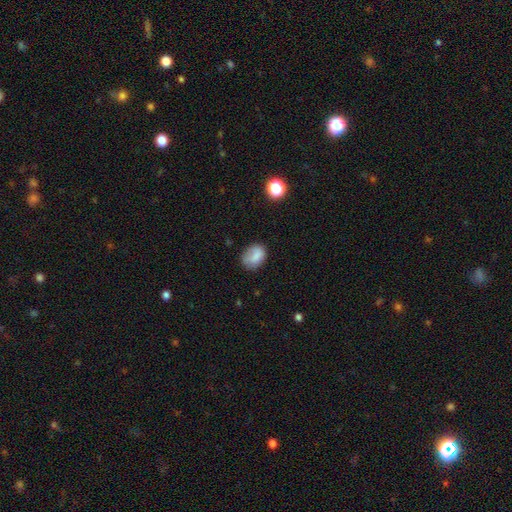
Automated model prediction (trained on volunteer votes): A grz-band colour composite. It shows a smooth galaxy with no disk features (80%) that is in between round and cigar-shaped (68%). Merging: none (64%).